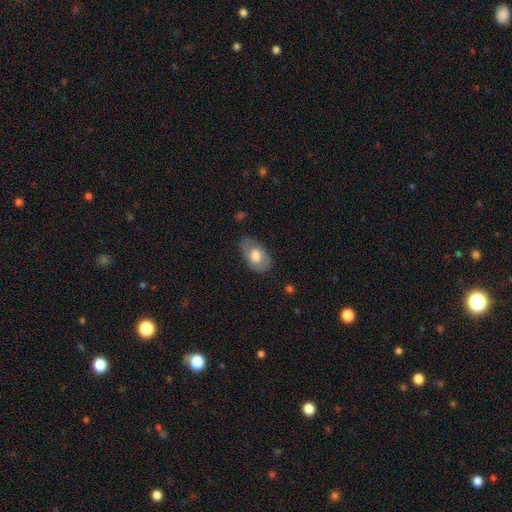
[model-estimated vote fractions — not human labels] smooth-or-featured: smooth: 60% | featured or disk: 33% | star or artifact: 6%
  how-rounded: in between: 90% | round: 8% | cigar-shaped: 2%
  merging: none: 62% | minor disturbance: 28% | major disturbance: 9% | merger: 2%